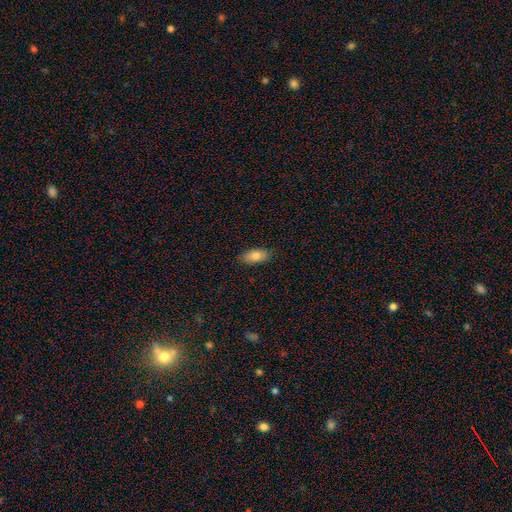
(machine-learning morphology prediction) Smooth or featured? Predicted: smooth (p=0.80). How rounded? Predicted: in between (p=0.90). Merging? Predicted: none (p=0.87).